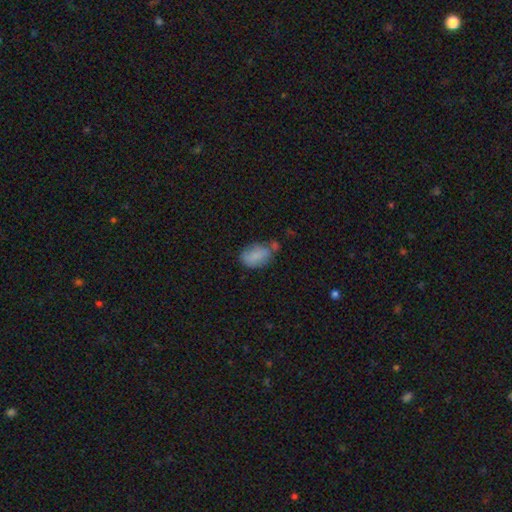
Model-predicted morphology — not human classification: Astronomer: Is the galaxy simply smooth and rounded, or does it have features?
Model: smooth — 82%.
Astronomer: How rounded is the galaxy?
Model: in between — 88%.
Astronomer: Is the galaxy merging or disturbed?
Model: none — 45% (runner-up: minor disturbance, 28%).